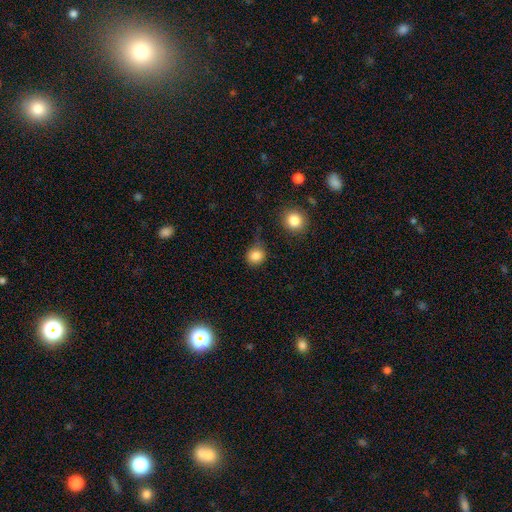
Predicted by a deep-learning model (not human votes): This appears to be a smooth galaxy with no disk features (84%) that is round (81%). Merging: none (68%).